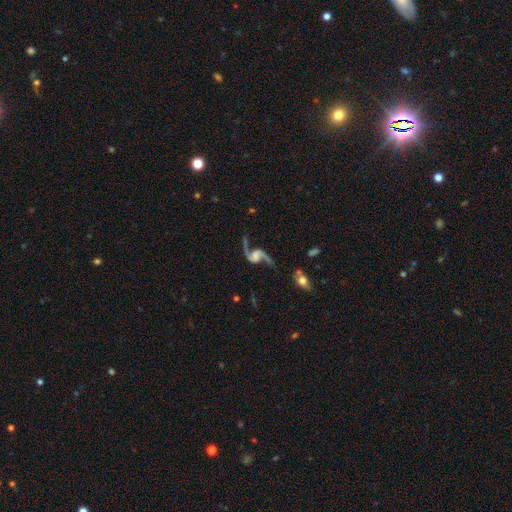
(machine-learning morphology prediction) Smooth or featured? featured or disk (92%)
Edge-on disk? no (97%)
Bar? no (53%)
Spiral arms? yes (98%)
Spiral winding? loose (80%)
Spiral arm count? 2 (94%)
Bulge size? none (30%, tied with small)
Merging? none (72%)